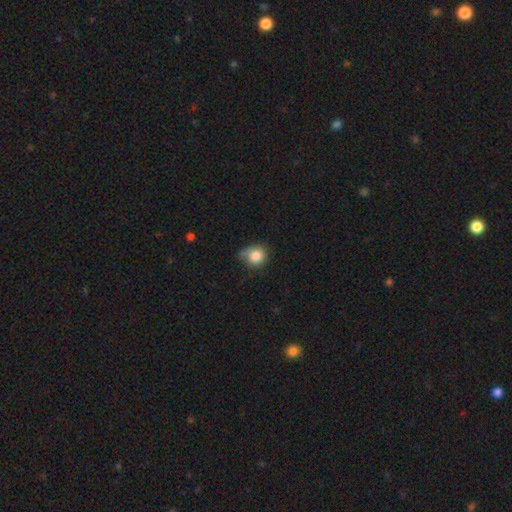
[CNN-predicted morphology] A smooth galaxy with no disk features (83%) that is round (82%). Merging: none (54%).